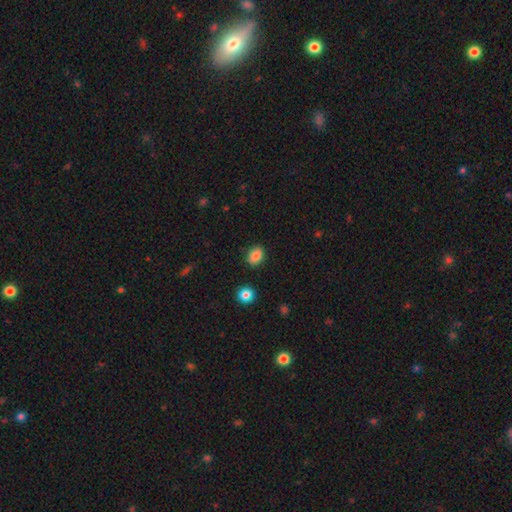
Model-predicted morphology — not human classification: smooth 86%, star or artifact 9%, featured or disk 5%. Down the decision tree: how rounded — in between (67%); merging — none (87%).